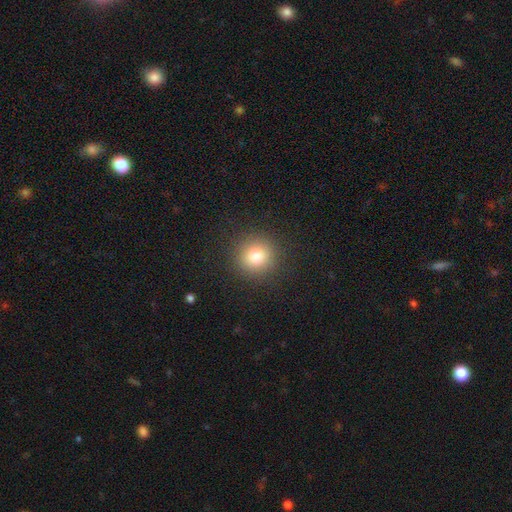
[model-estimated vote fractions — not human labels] Smooth or featured: smooth — 79% (star or artifact — 13%)
How rounded: round — 93% (in between — 6%)
Merging: none — 90% (minor disturbance — 6%)